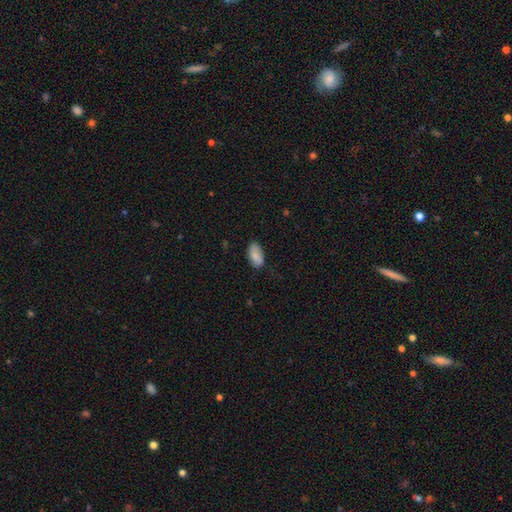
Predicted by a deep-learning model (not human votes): Overall: smooth (85%). How rounded: in between (95%). Merging: none (75%).